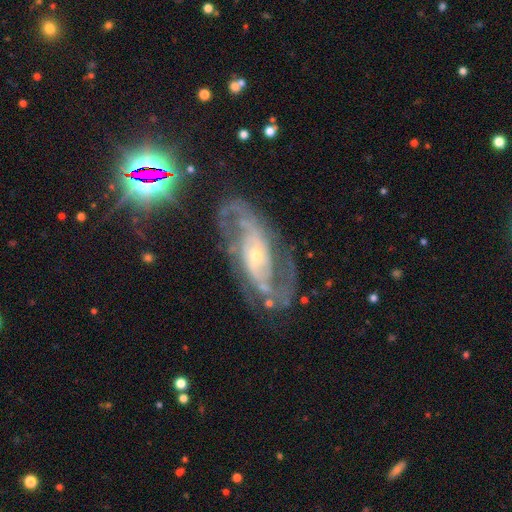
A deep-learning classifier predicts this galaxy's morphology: Overall: featured or disk (86%). Edge-on disk: no (94%). Bar: no (58%; weak 27%). Spiral arms: yes (95%). Spiral arm count: 2 (75%). Spiral winding: medium (48%; tight 31%). Bulge size: small (72%). Merging: none (68%).